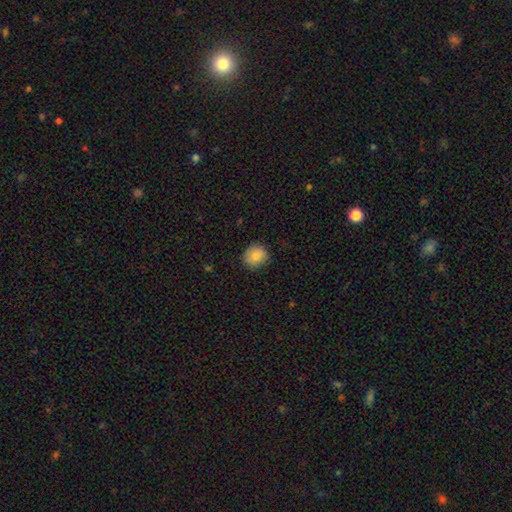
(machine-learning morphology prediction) This is clearly a smooth galaxy (82%). How rounded: clearly round (83%). Merging: clearly none (82%).